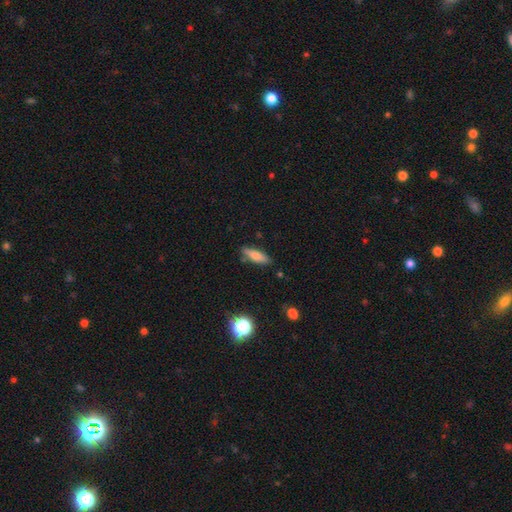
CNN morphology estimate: smooth-or-featured: smooth: 72% | featured or disk: 20% | star or artifact: 8%
  how-rounded: cigar-shaped: 54% | in between: 44% | round: 2%
  merging: none: 81% | minor disturbance: 13% | merger: 3% | major disturbance: 3%